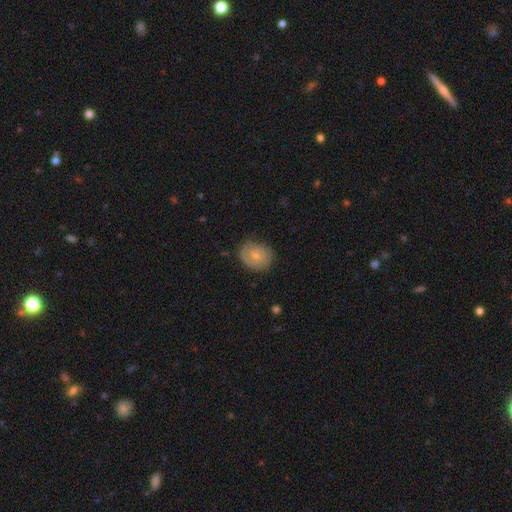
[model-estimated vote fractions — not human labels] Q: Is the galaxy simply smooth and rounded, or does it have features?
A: smooth — 47%.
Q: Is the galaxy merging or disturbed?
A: none — 72%.